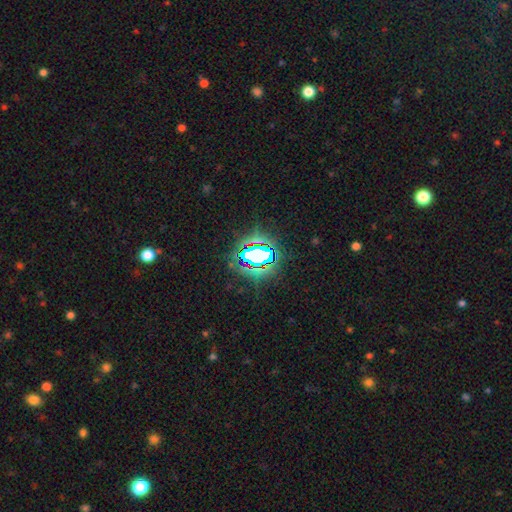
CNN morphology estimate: A star or artifact, not a galaxy (68%).

Vote fractions:
- Smooth or featured? star or artifact: 68% / smooth: 19% / featured or disk: 13%